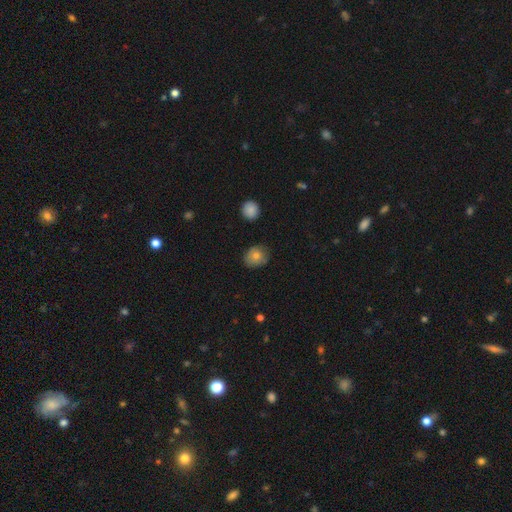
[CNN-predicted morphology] A smooth galaxy with no disk features (76%) that is round (71%).

Vote fractions:
- Smooth or featured? smooth: 76% / featured or disk: 14% / star or artifact: 10%
- How rounded? round: 71% / in between: 28% / cigar-shaped: 1%
- Merging? none: 80% / minor disturbance: 16% / major disturbance: 3% / merger: 1%